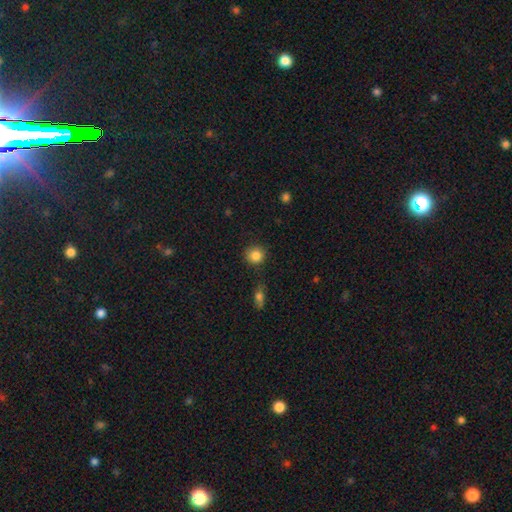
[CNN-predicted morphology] type=smooth (85%); roundness=round (88%); merging=none (85%).